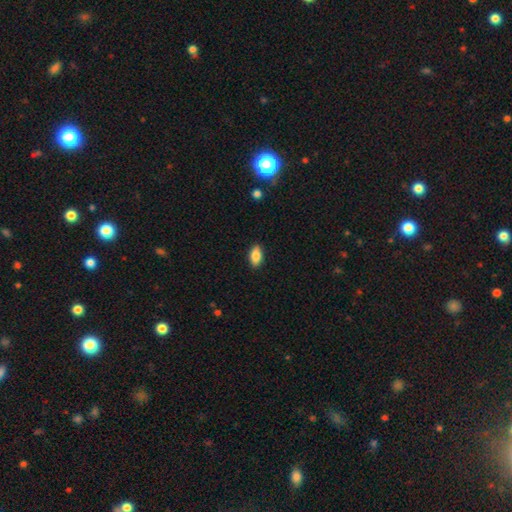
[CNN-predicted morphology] smooth 85%, featured or disk 7%, star or artifact 7%. Down the decision tree: how rounded — in between (91%); merging — none (89%).